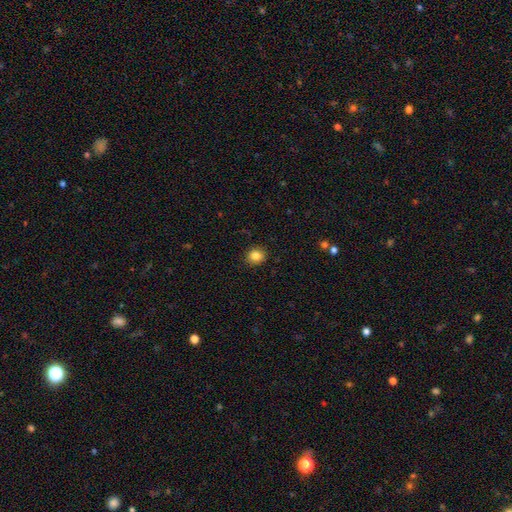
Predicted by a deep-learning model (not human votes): Smooth or featured? Predicted: smooth (p=0.84). How rounded? Predicted: round (p=0.75). Merging? Predicted: none (p=0.89).